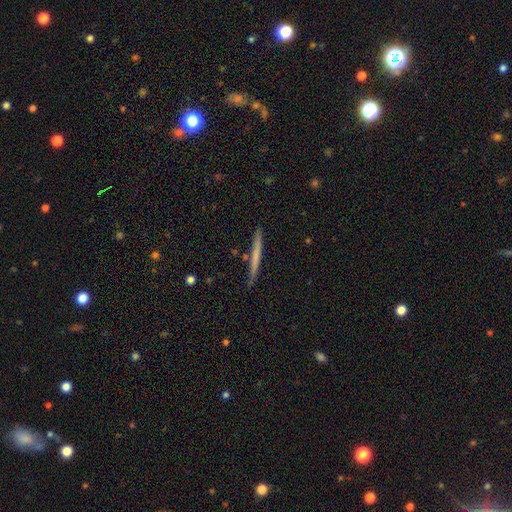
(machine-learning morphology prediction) smooth-or-featured: smooth: 59% | featured or disk: 35% | star or artifact: 5%
  how-rounded: cigar-shaped: 97% | in between: 2% | round: 1%
  merging: none: 88% | minor disturbance: 8% | merger: 2% | major disturbance: 2%